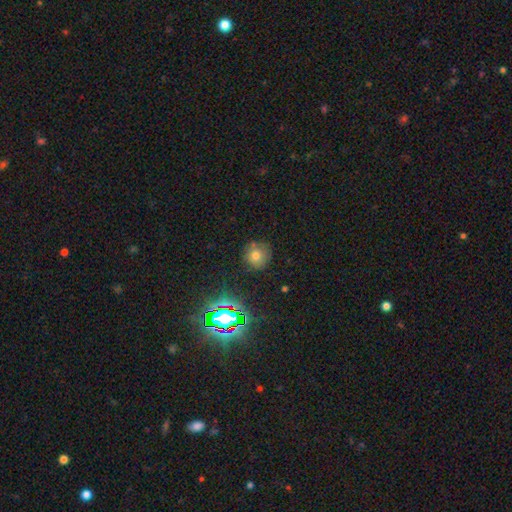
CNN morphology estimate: A smooth galaxy with no disk features (66%) that is round (90%). Merging: none (79%).